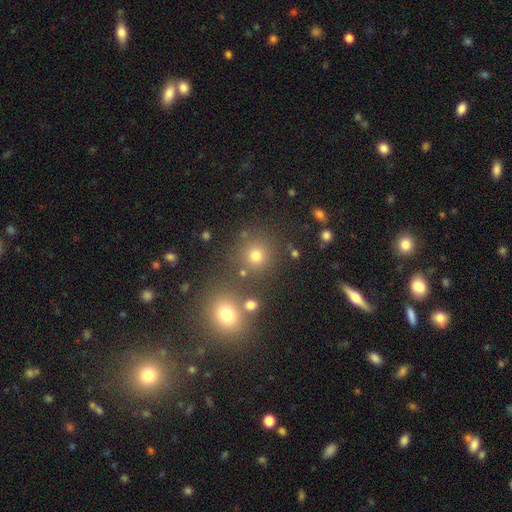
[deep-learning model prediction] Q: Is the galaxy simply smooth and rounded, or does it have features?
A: smooth — 69%.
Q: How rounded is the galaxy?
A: round — 89%.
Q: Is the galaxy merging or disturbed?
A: none — 77%.